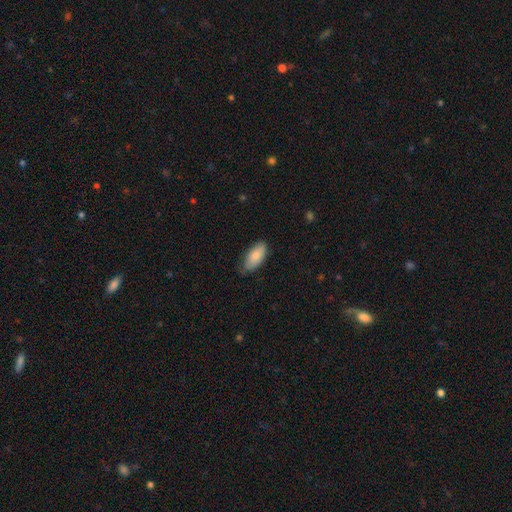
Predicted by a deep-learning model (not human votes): Q: Smooth or featured?
A: smooth (83%); runner-up: featured or disk (11%)
Q: How rounded?
A: in between (89%); runner-up: cigar-shaped (9%)
Q: Merging?
A: none (68%); runner-up: minor disturbance (27%)